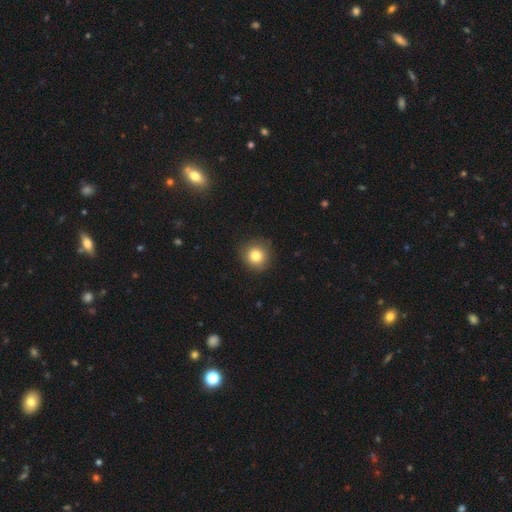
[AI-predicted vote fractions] Smooth or featured? Predicted: smooth (p=0.82). How rounded? Predicted: round (p=0.92). Merging? Predicted: none (p=0.88).